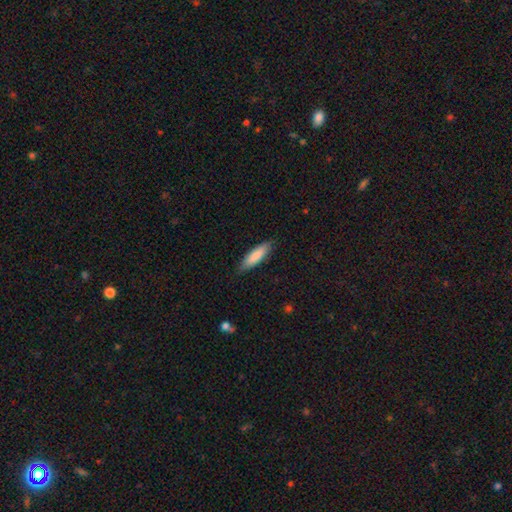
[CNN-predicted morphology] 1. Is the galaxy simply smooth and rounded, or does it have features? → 83% smooth, 12% featured or disk, 5% star or artifact.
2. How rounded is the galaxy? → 64% cigar-shaped, 35% in between, 1% round.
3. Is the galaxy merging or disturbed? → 86% none, 11% minor disturbance, 2% major disturbance, 1% merger.